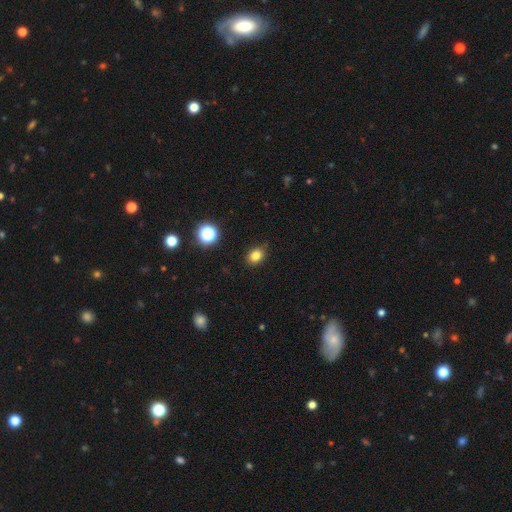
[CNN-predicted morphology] Smooth or featured? Predicted: smooth (p=0.81). How rounded? Predicted: in between (p=0.51). Merging? Predicted: none (p=0.79).